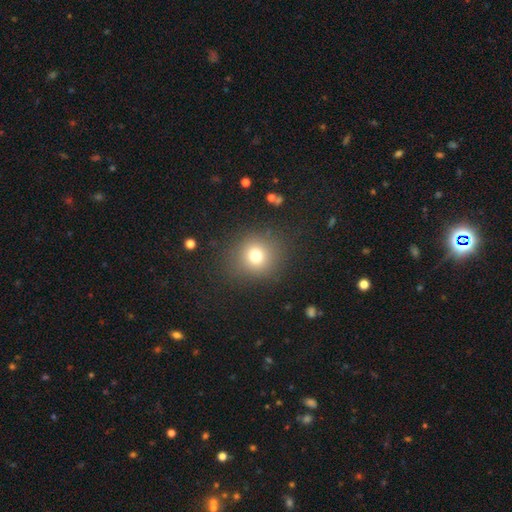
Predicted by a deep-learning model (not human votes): Overall: smooth (75%). How rounded: round (87%). Merging: none (86%).